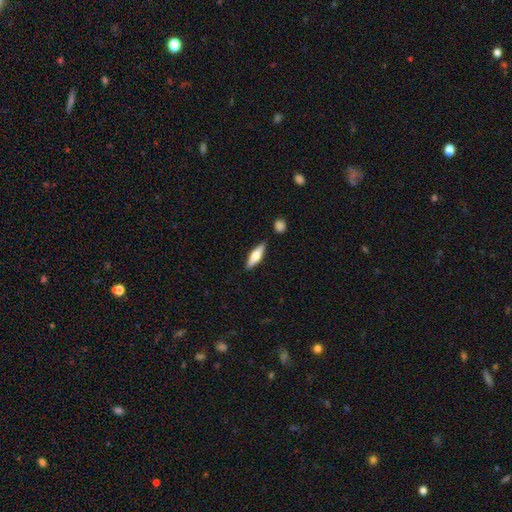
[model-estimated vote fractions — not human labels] Smooth or featured? Predicted: smooth (p=0.52). How rounded? Predicted: cigar-shaped (p=0.61). Merging? Predicted: none (p=0.86).